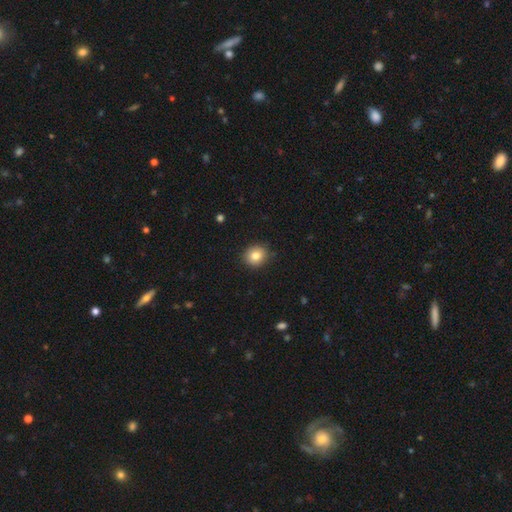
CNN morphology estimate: type=smooth (81%); roundness=round (84%); merging=none (89%).